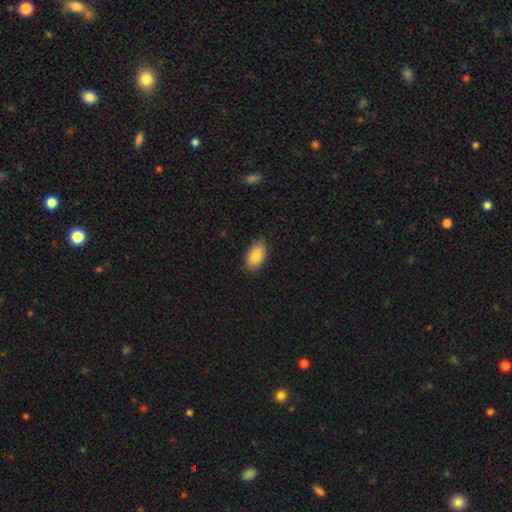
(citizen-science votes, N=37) A smooth galaxy with no disk features (92%) that is in between round and cigar-shaped (91%).

Vote fractions:
- Smooth or featured? smooth: 92% / featured or disk: 5% / star or artifact: 3%
- How rounded? in between: 91% / round: 6% / cigar-shaped: 3%
- Merging? none: 75% / minor disturbance: 17% / merger: 6% / major disturbance: 3%